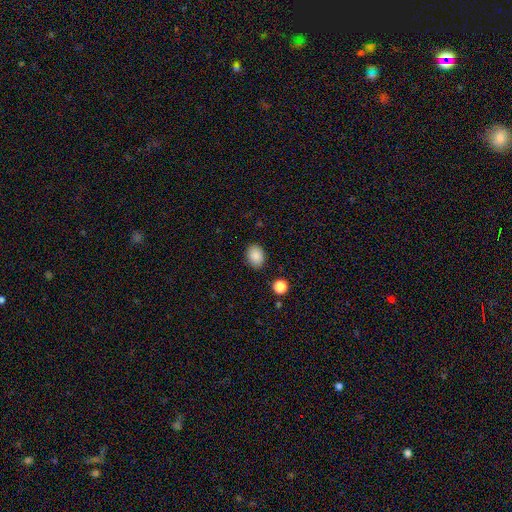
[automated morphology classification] The model was most divided on "how rounded": in between: 68%, round: 31%, cigar-shaped: 1%. More confident: smooth or featured — smooth (88%); merging — none (86%).